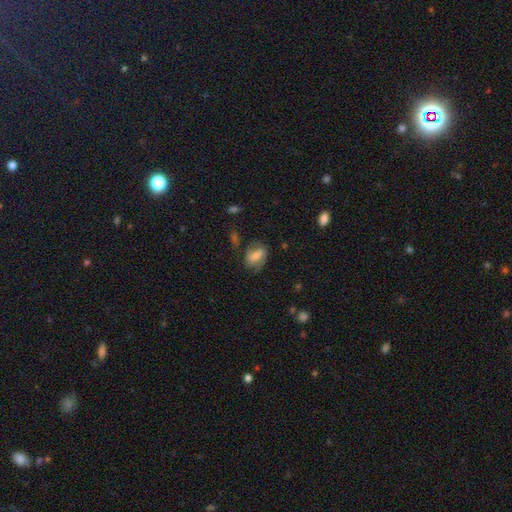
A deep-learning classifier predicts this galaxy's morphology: smooth 52%, featured or disk 39%, star or artifact 9%. Down the decision tree: how rounded — in between (80%); merging — none (58%).